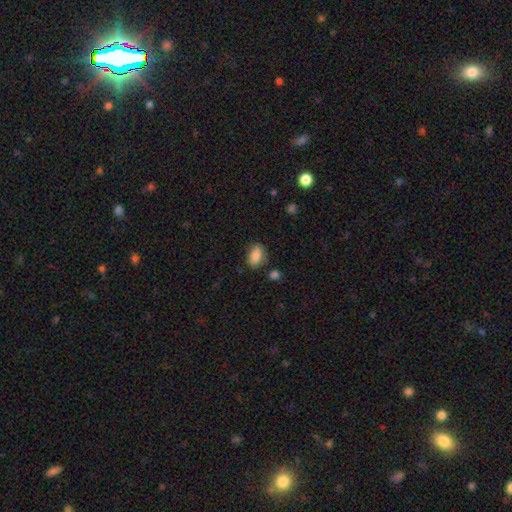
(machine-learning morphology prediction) Smooth or featured?
  - smooth: 86% *
  - star or artifact: 8%
  - featured or disk: 6%
How rounded?
  - in between: 88% *
  - round: 9%
  - cigar-shaped: 2%
Merging?
  - none: 77% *
  - minor disturbance: 16%
  - major disturbance: 4%
  - merger: 3%